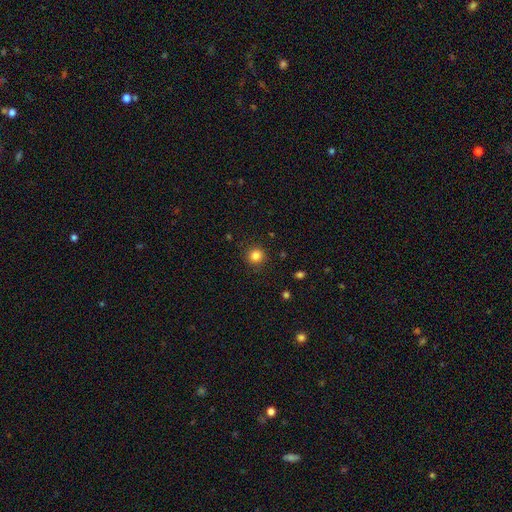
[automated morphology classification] This appears to be a smooth galaxy with no disk features (84%) that is round (93%). Merging: none (90%).